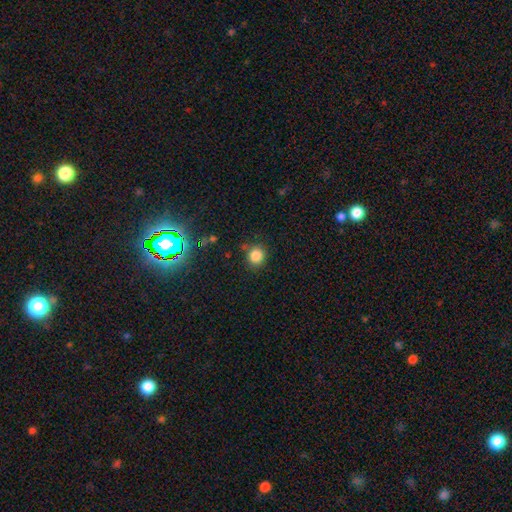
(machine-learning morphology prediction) smooth_or_featured: smooth (p=0.83) [alt: star or artifact p=0.13]
how_rounded: round (p=0.89) [alt: in between p=0.10]
merging: none (p=0.83) [alt: minor disturbance p=0.11]